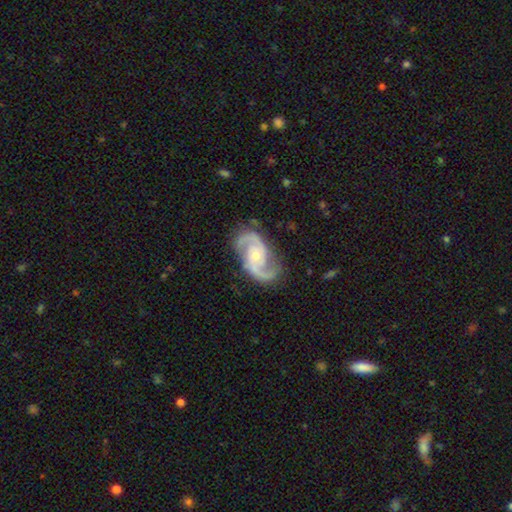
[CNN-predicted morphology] A featured or disk galaxy (92%) with no bar (62%), 2 (92%) medium (59%) spiral arms (98%) and a small central bulge (58%). Merging: none (79%).